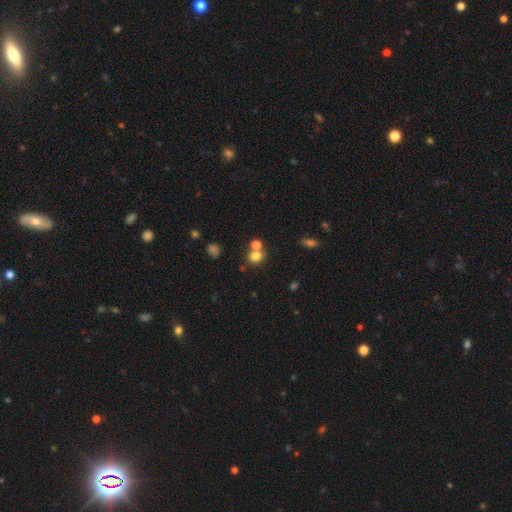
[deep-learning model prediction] smooth_or_featured: smooth (p=0.76) [alt: star or artifact p=0.14]
how_rounded: round (p=0.75) [alt: in between p=0.24]
merging: none (p=0.52) [alt: merger p=0.36]